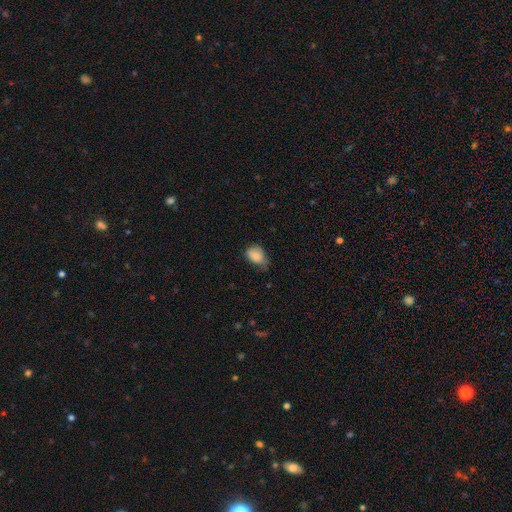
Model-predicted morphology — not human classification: Smooth or featured? smooth (83%)
How rounded? in between (72%)
Merging? minor disturbance (44%)